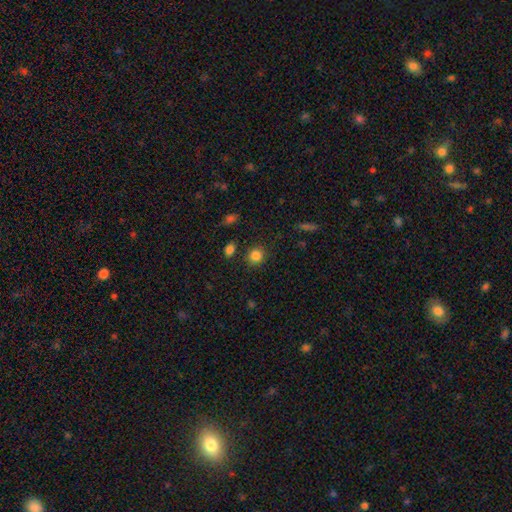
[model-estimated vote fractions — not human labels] Overall: smooth (84%). How rounded: round (85%). Merging: none (85%).